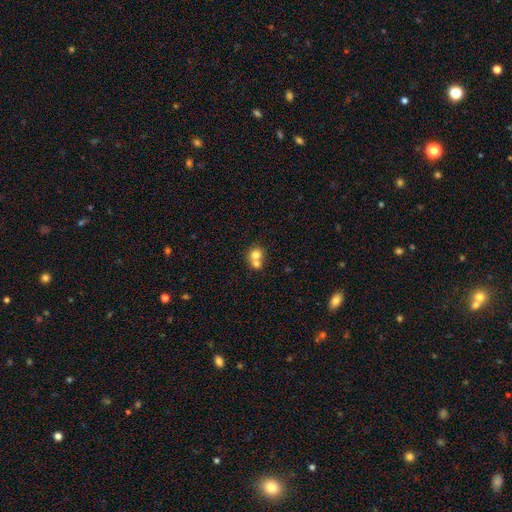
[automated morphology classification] A smooth galaxy with no disk features (74%) that is round (81%).

Vote fractions:
- Smooth or featured? smooth: 74% / featured or disk: 15% / star or artifact: 11%
- How rounded? round: 81% / in between: 18% / cigar-shaped: 1%
- Merging? merger: 60% / none: 33% / minor disturbance: 5% / major disturbance: 2%